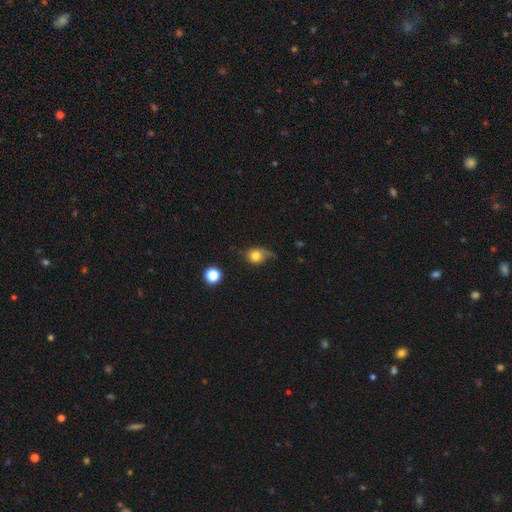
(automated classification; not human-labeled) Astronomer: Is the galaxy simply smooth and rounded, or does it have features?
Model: smooth — 77%.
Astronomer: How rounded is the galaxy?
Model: round — 72%.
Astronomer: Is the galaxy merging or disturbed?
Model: none — 47% (runner-up: minor disturbance, 34%).